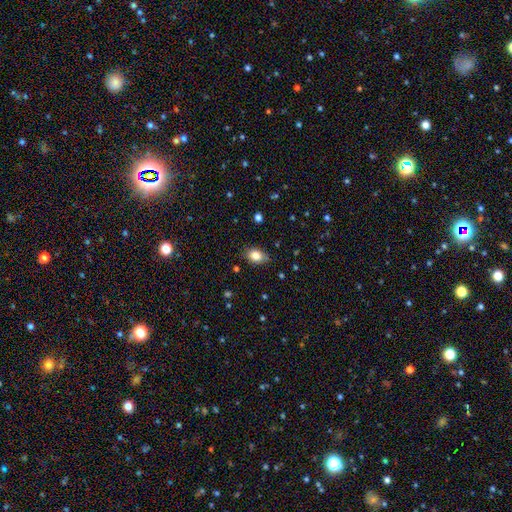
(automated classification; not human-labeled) Smooth or featured: smooth — 82% (star or artifact — 9%)
How rounded: in between — 71% (round — 28%)
Merging: none — 81% (minor disturbance — 15%)